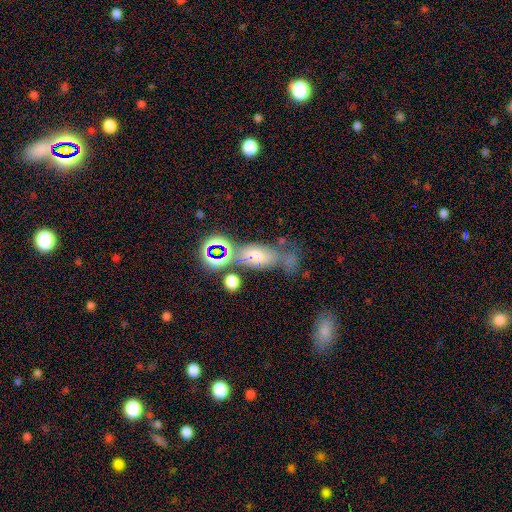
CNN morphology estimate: smooth_or_featured: smooth (p=0.42) [alt: featured or disk p=0.30]
merging: none (p=0.39) [alt: merger p=0.21]